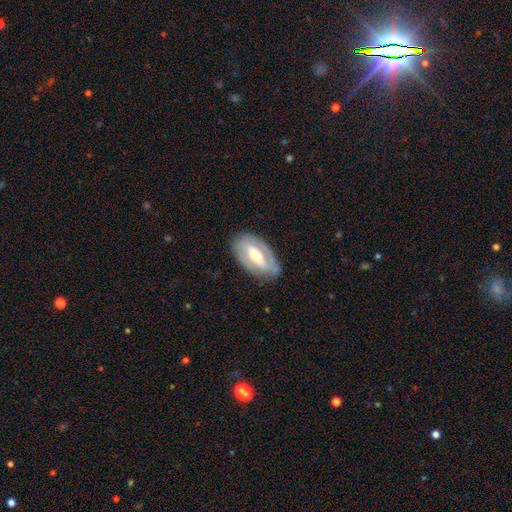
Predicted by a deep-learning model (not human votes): Morphology: type=featured or disk (72%); edge-on=no (90%); bar=strong (48%); spiral arms=yes (64%); bulge=moderate (67%); merging=none (80%).